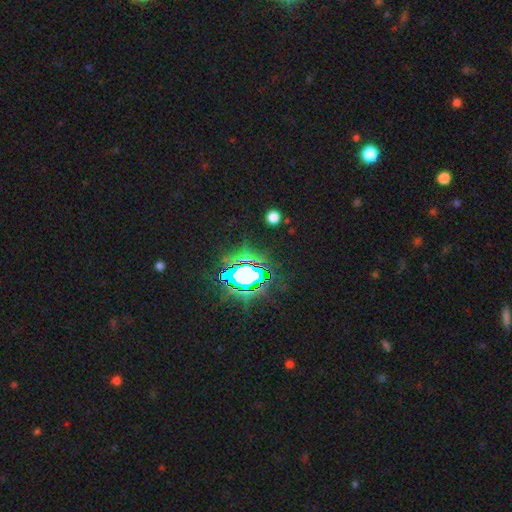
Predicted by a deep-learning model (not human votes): Morphology: type=star or artifact (84%).